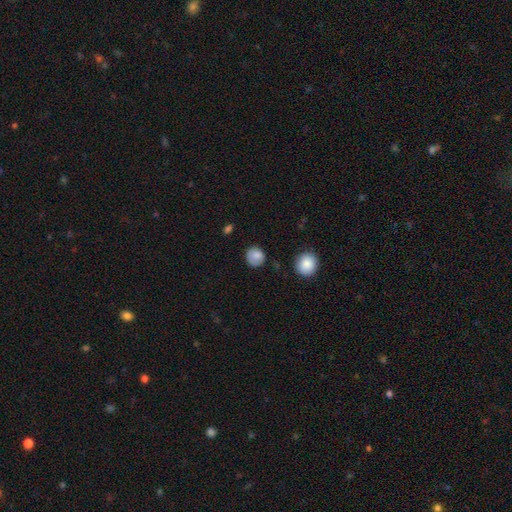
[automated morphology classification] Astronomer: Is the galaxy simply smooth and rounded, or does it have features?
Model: smooth — 84%.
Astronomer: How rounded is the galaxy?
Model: round — 85%.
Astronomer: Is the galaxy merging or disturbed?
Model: none — 75%.